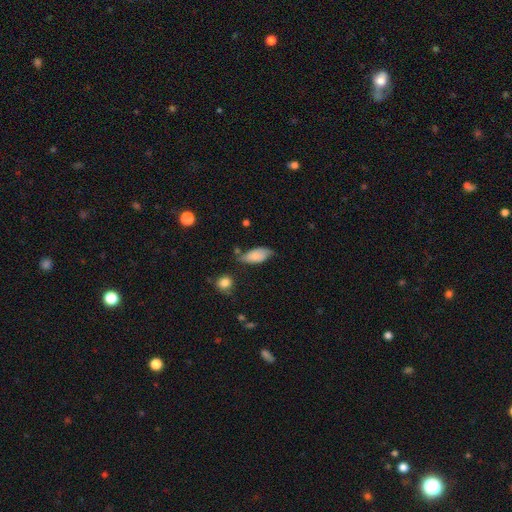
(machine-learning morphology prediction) A smooth galaxy with no disk features (78%) that is in between round and cigar-shaped (89%).

Vote fractions:
- Smooth or featured? smooth: 78% / featured or disk: 15% / star or artifact: 7%
- How rounded? in between: 89% / cigar-shaped: 9% / round: 3%
- Merging? none: 54% / minor disturbance: 33% / major disturbance: 7% / merger: 5%